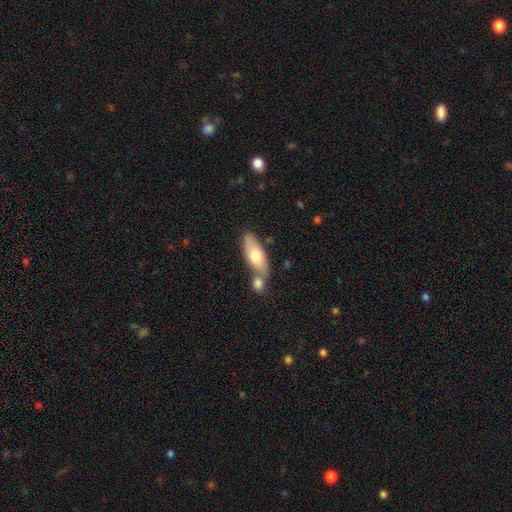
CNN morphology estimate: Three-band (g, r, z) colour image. It shows a smooth galaxy with no disk features (67%) that is in between round and cigar-shaped (74%). Merging: none (51%).